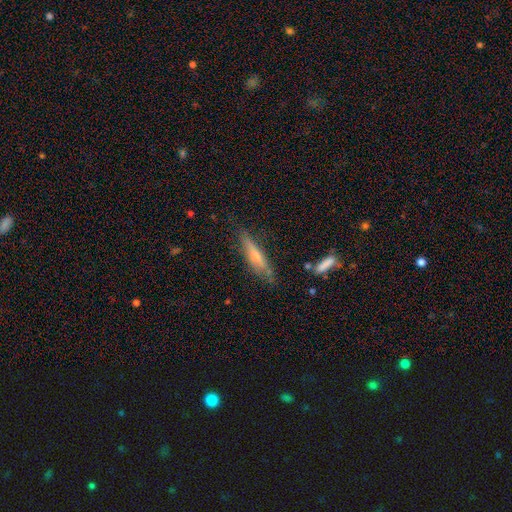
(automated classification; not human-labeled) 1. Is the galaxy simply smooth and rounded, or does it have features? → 50% smooth, 42% featured or disk, 7% star or artifact.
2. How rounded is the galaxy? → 82% cigar-shaped, 16% in between, 2% round.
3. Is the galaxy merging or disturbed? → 68% none, 22% minor disturbance, 6% major disturbance, 4% merger.